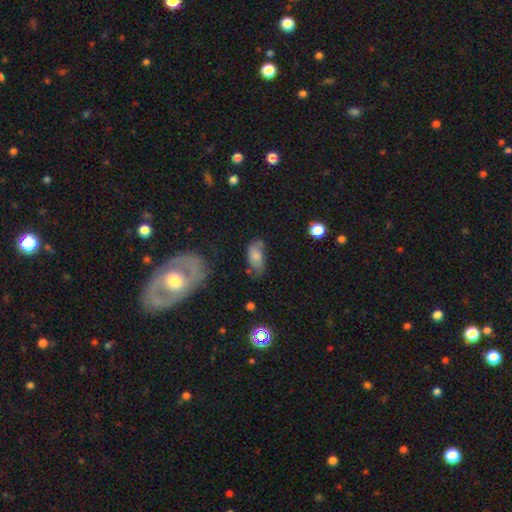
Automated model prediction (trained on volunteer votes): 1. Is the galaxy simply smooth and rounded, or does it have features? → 66% smooth, 24% featured or disk, 10% star or artifact.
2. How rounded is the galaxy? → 89% in between, 7% cigar-shaped, 4% round.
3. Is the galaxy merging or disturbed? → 50% none, 30% minor disturbance, 13% major disturbance, 6% merger.